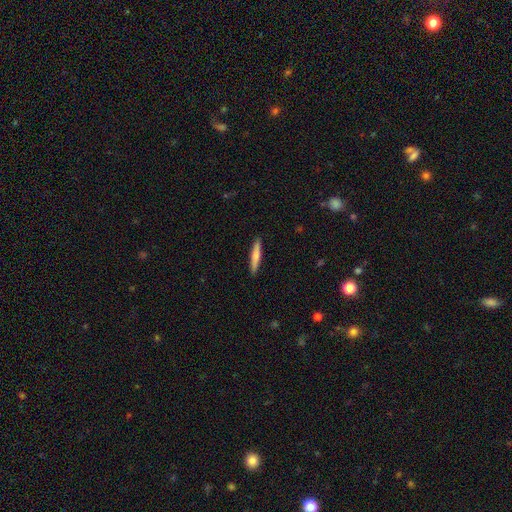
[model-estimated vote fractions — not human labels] Smooth or featured? Predicted: smooth (p=0.67). How rounded? Predicted: cigar-shaped (p=0.92). Merging? Predicted: none (p=0.91).